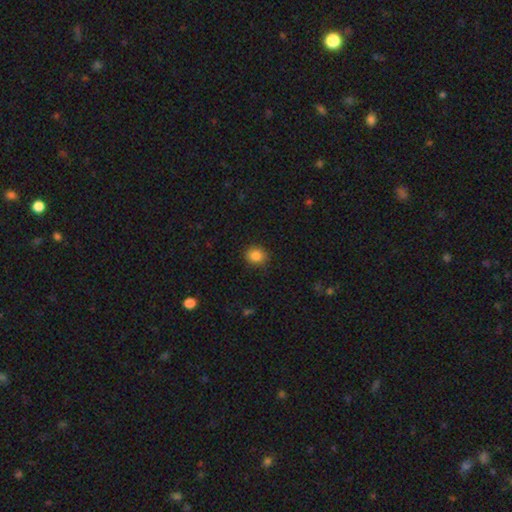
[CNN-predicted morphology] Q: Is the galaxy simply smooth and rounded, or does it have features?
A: smooth — 86%.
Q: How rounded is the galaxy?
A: round — 70%.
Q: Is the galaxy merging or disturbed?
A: none — 85%.